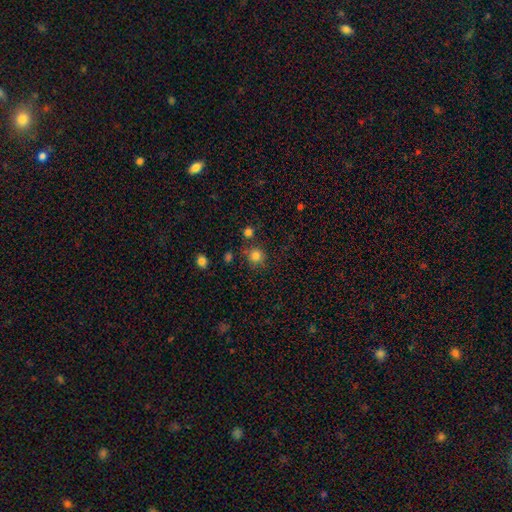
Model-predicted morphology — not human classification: smooth-or-featured: smooth: 81% | star or artifact: 13% | featured or disk: 5%
  how-rounded: round: 90% | in between: 9% | cigar-shaped: 1%
  merging: none: 73% | minor disturbance: 12% | merger: 10% | major disturbance: 5%